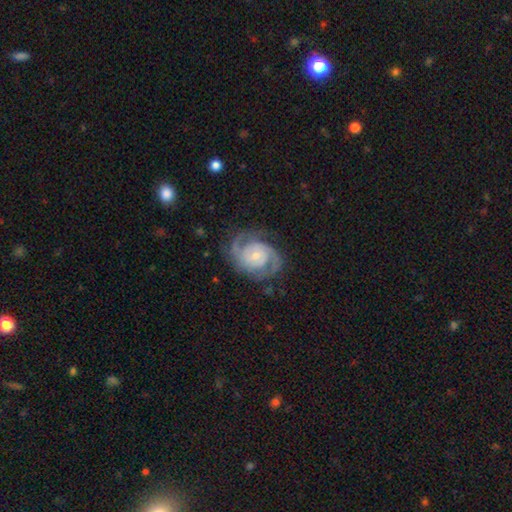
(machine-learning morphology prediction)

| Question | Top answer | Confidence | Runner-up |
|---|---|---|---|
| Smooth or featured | featured or disk | 90% | smooth (5%) |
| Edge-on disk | no | 98% | yes (2%) |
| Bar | no | 69% | weak (24%) |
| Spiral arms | yes | 98% | no (2%) |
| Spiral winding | tight | 50% | medium (42%) |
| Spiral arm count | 2 | 73% | 3 (12%) |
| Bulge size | small | 64% | moderate (31%) |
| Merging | none | 75% | minor disturbance (16%) |